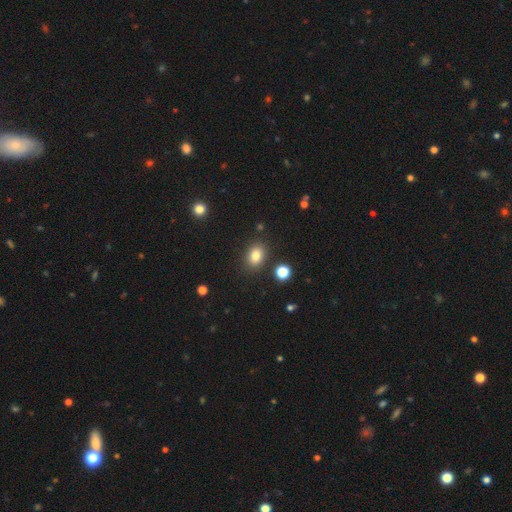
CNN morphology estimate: A smooth galaxy with no disk features (82%) that is in between round and cigar-shaped (70%). Merging: none (84%).